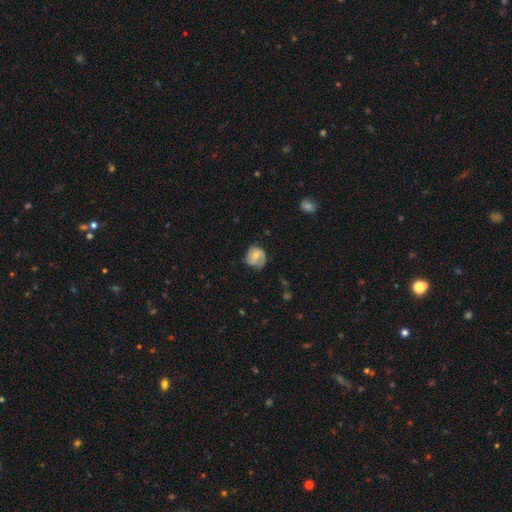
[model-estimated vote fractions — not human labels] Smooth or featured? featured or disk (52%)
Edge-on disk? no (97%)
Bar? no (47%)
Spiral arms? yes (82%)
Bulge size? small (46%)
Merging? none (54%)